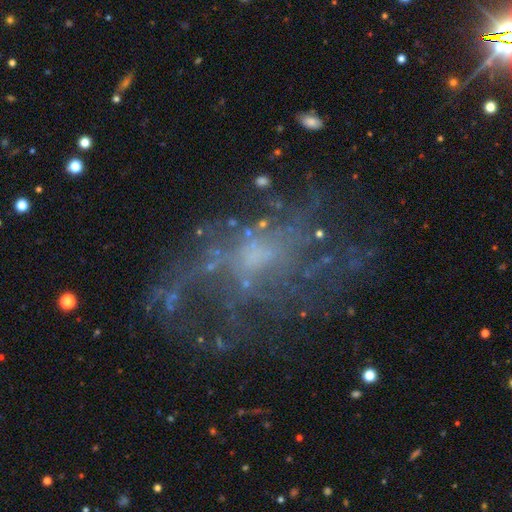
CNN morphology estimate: featured or disk 72%, star or artifact 16%, smooth 12%. Down the decision tree: edge-on disk — no (96%); bar — no (73%); spiral arms — yes (65%); bulge size — small (43%); merging — none (58%).